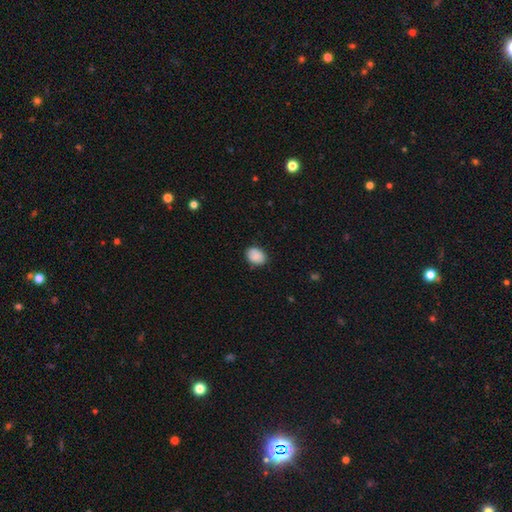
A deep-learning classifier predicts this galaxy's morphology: Smooth or featured? smooth (87%)
How rounded? in between (68%)
Merging? none (80%)